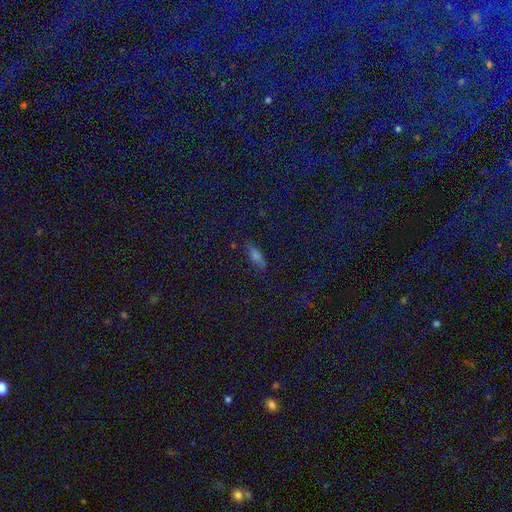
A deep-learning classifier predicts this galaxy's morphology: Overall: smooth (60%; featured or disk 21%). How rounded: in between (50%; cigar-shaped 45%). Merging: none (83%).